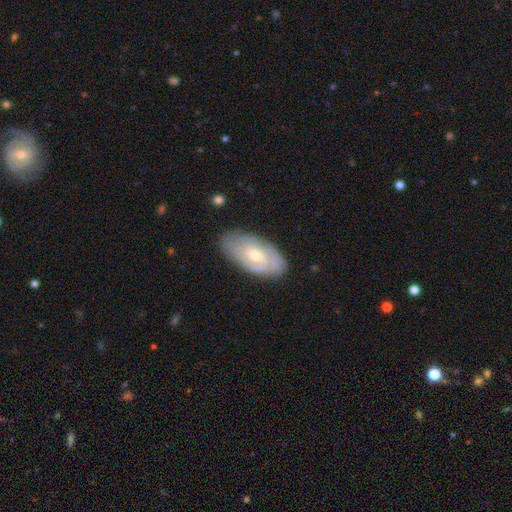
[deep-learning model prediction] This appears to be a featured or disk galaxy (61%) with no bar (59%), spiral arms (71%) and a moderate central bulge (53%). Merging: none (74%).